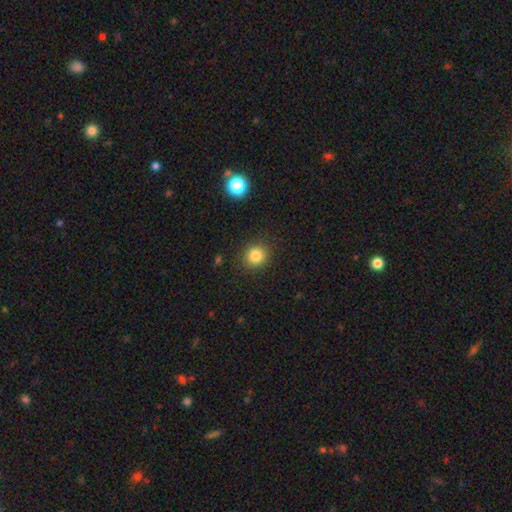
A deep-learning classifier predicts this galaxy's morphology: Smooth or featured? smooth (83%)
How rounded? round (87%)
Merging? none (88%)